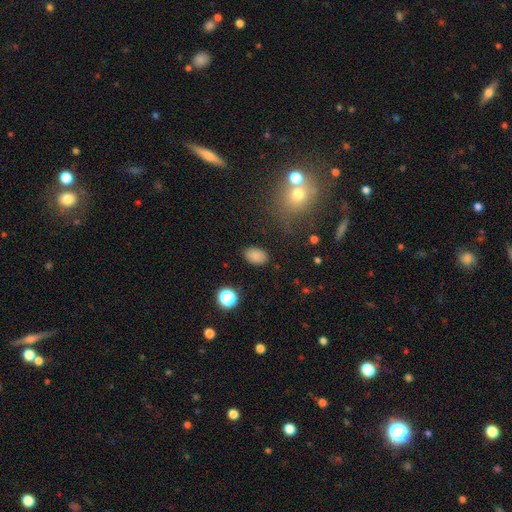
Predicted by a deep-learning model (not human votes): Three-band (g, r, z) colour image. It shows a smooth galaxy with no disk features (84%) that is in between round and cigar-shaped (85%). Merging: none (85%).